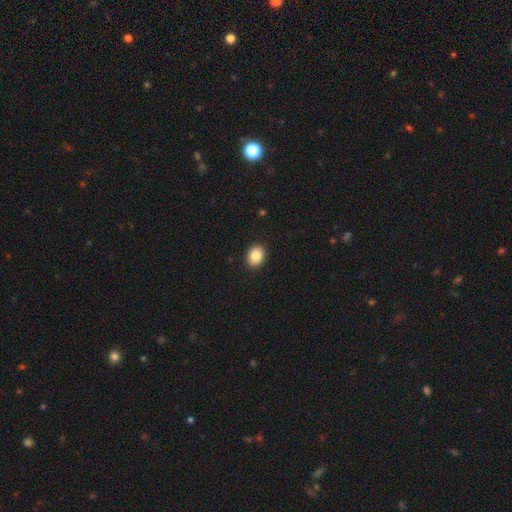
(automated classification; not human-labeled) This is clearly a smooth galaxy (85%). How rounded: possibly in between (55%). Merging: clearly none (92%).